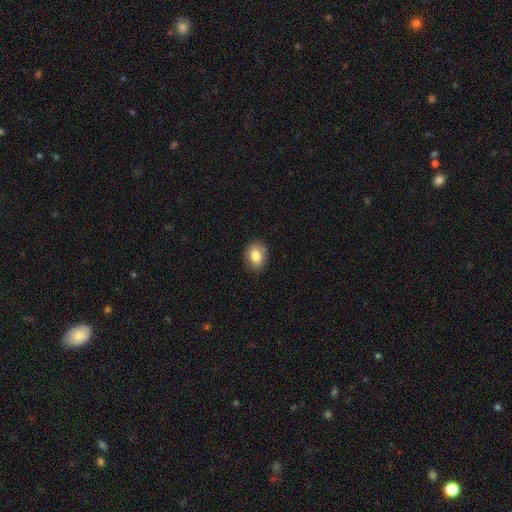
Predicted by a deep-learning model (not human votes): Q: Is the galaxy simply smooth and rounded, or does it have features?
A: smooth — 83%.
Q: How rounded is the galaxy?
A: in between — 57%.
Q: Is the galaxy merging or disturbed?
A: none — 85%.